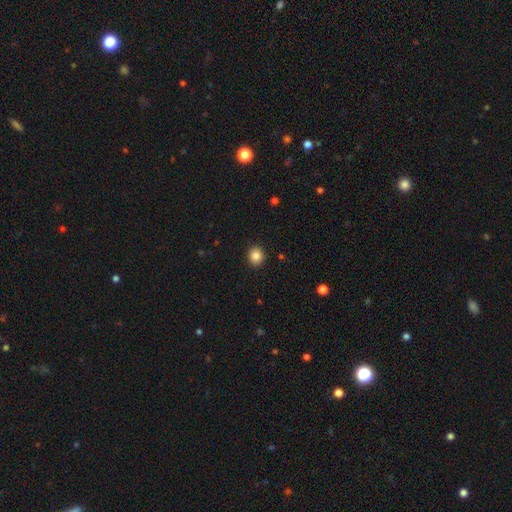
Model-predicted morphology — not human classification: Smooth or featured?
  - smooth: 86% *
  - star or artifact: 10%
  - featured or disk: 4%
How rounded?
  - round: 82% *
  - in between: 17%
  - cigar-shaped: 1%
Merging?
  - none: 91% *
  - minor disturbance: 6%
  - major disturbance: 2%
  - merger: 1%